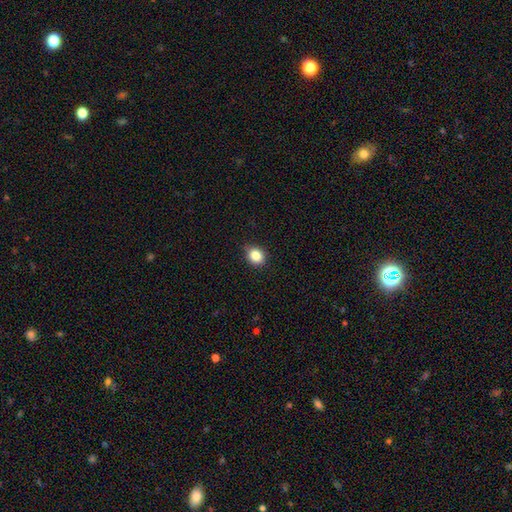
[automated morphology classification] smooth 85%, star or artifact 10%, featured or disk 5%. Down the decision tree: how rounded — round (63%); merging — none (86%).